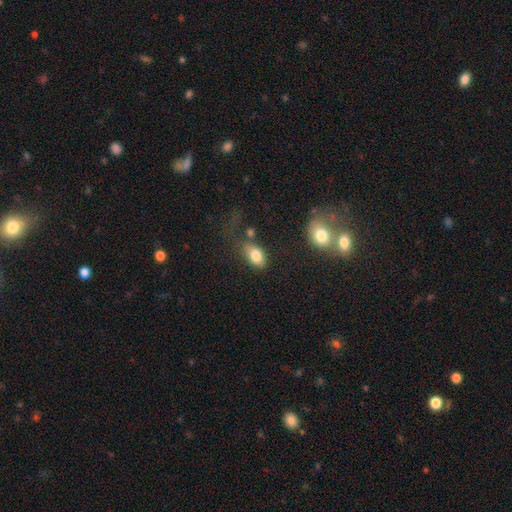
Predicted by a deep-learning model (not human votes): smooth 81%, featured or disk 11%, star or artifact 8%. Down the decision tree: how rounded — in between (87%); merging — none (53%).